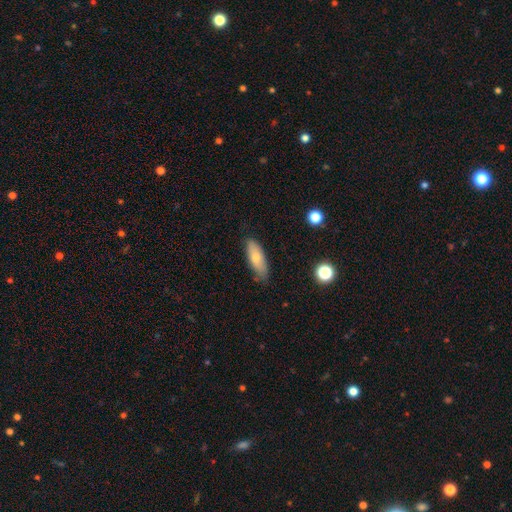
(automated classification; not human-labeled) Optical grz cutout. It shows a smooth galaxy with no disk features (71%) that is in between round and cigar-shaped (60%). Merging: none (80%).